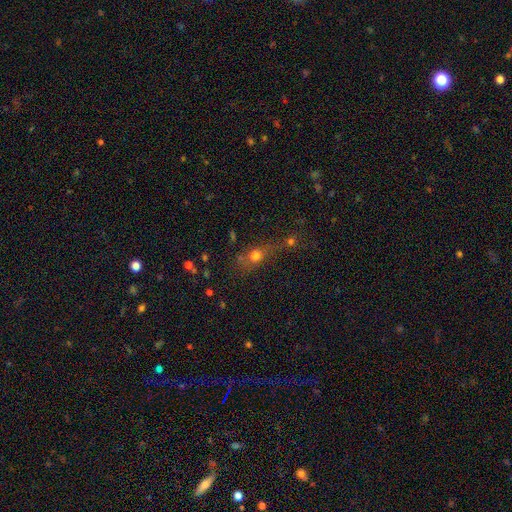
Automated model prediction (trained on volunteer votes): Morphology: type=smooth (65%); roundness=round (58%); merging=none (37%).